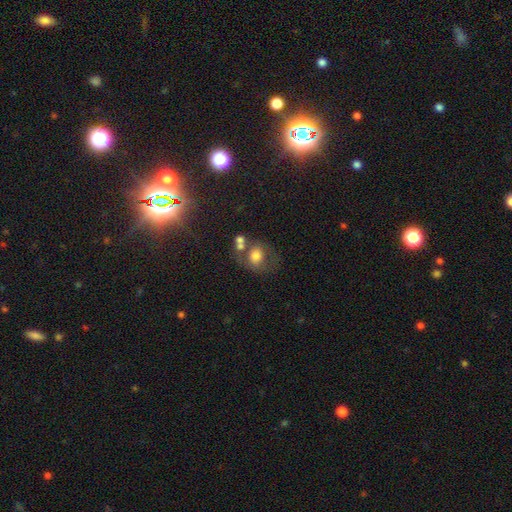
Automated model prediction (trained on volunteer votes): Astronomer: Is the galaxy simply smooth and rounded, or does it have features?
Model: smooth — 69%.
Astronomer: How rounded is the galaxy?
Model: round — 65%.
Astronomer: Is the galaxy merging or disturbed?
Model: none — 39% (runner-up: merger, 30%).